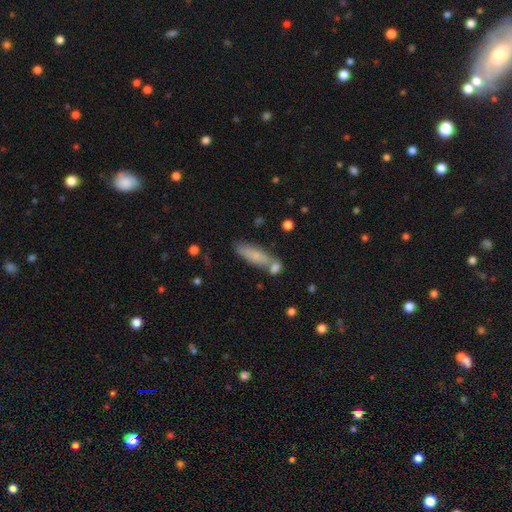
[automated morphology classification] This is likely a smooth galaxy (72%). How rounded: possibly cigar-shaped (57%). Merging: likely none (62%).